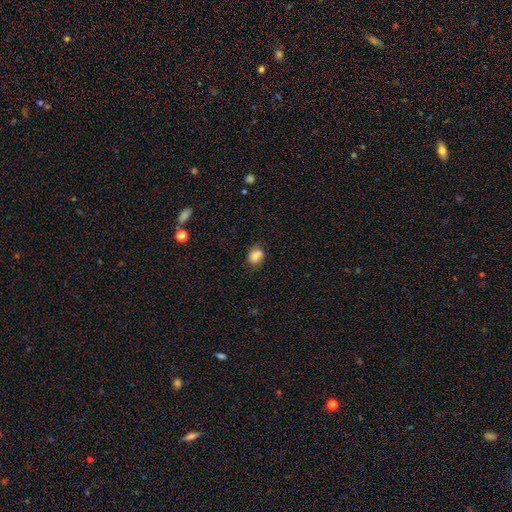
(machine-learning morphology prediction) Overall: smooth (77%). How rounded: in between (61%; round 38%). Merging: none (65%).